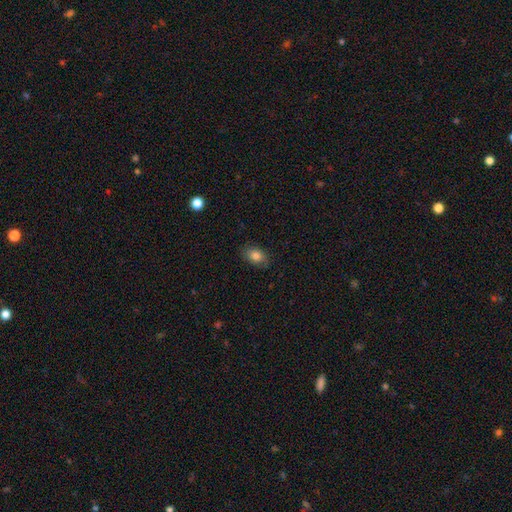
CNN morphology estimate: smooth-or-featured: smooth: 82% | featured or disk: 9% | star or artifact: 9%
  how-rounded: in between: 84% | round: 15% | cigar-shaped: 2%
  merging: none: 82% | minor disturbance: 14% | major disturbance: 3% | merger: 1%